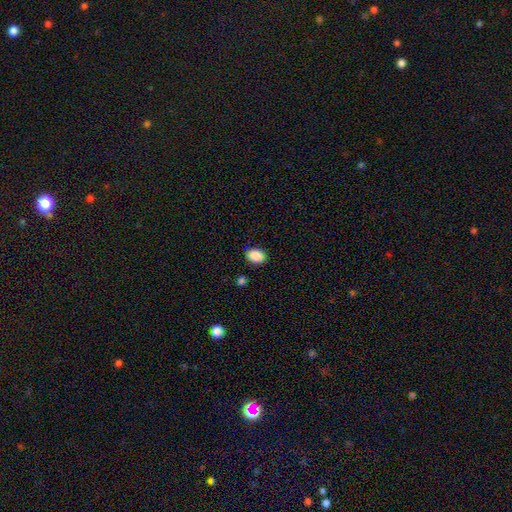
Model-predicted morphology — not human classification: Smooth or featured? Predicted: smooth (p=0.89). How rounded? Predicted: in between (p=0.75). Merging? Predicted: none (p=0.88).